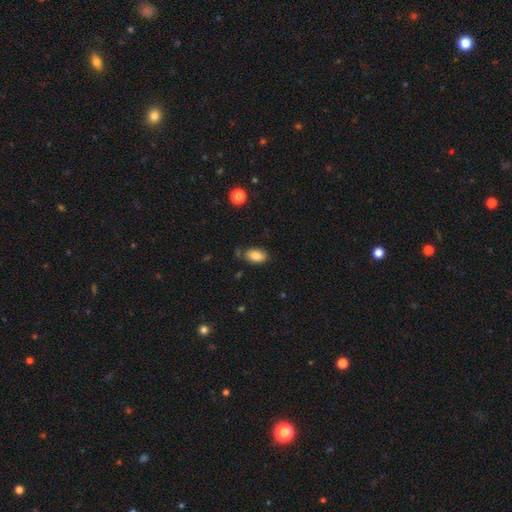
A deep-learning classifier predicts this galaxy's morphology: The model was most divided on "merging": none: 76%, minor disturbance: 17%, merger: 4%, major disturbance: 4%. More confident: how rounded — in between (91%); smooth or featured — smooth (84%).